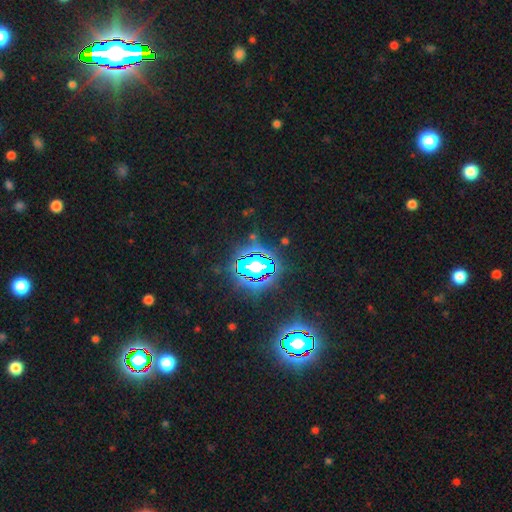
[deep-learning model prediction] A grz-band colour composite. It shows a star or artifact, not a galaxy (83%).